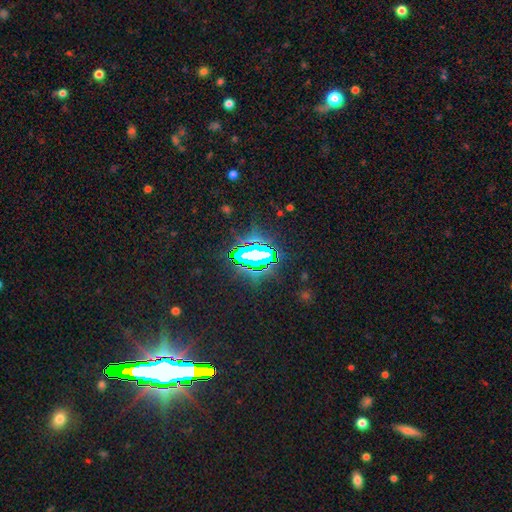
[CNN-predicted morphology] Smooth or featured: star or artifact — 79% (smooth — 11%)